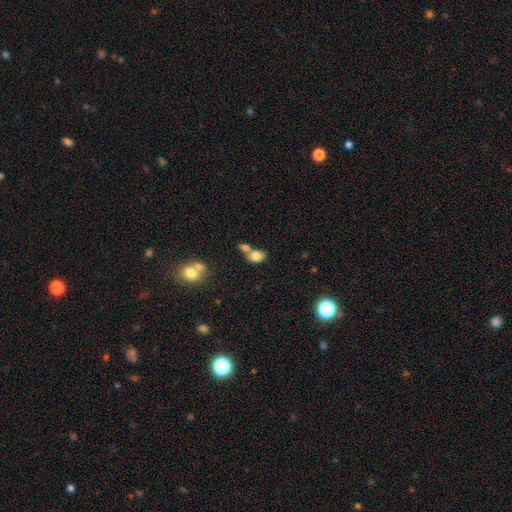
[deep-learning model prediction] Smooth or featured? smooth (79%)
How rounded? in between (60%)
Merging? merger (44%)